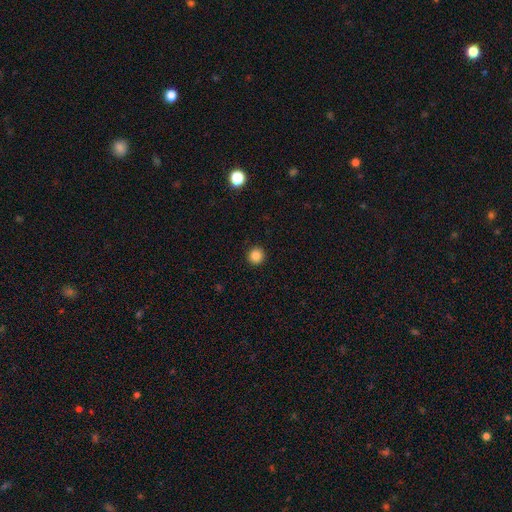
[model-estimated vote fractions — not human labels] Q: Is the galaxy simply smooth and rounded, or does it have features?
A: smooth — 86%.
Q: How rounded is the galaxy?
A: round — 95%.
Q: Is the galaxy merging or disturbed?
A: none — 93%.